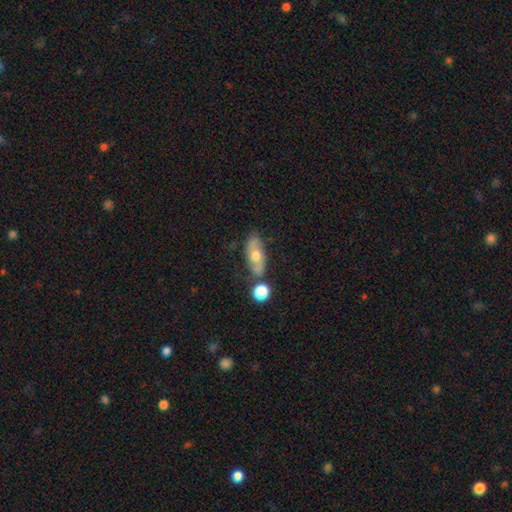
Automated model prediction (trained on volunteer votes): Smooth or featured?
  - featured or disk: 47% *
  - smooth: 44%
  - star or artifact: 9%
Merging?
  - none: 70% *
  - minor disturbance: 15%
  - merger: 10%
  - major disturbance: 5%